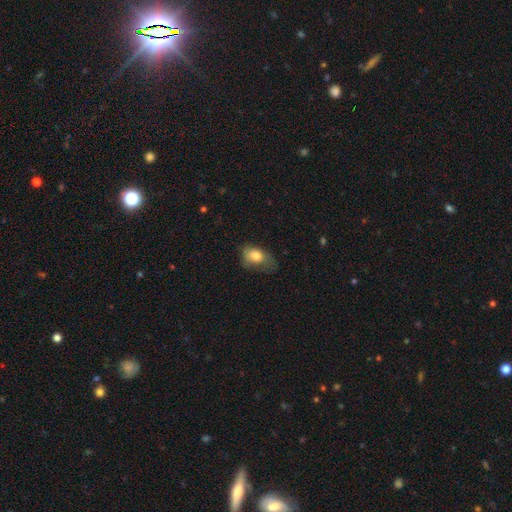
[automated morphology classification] type=smooth (76%); roundness=in between (75%); merging=minor disturbance (37%).